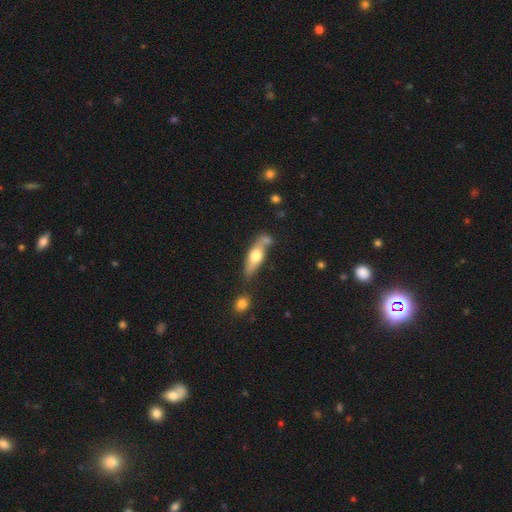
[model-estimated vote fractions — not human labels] The model was most divided on "how rounded": cigar-shaped: 49%, in between: 47%, round: 5%. More confident: merging — none (54%); smooth or featured — smooth (54%).